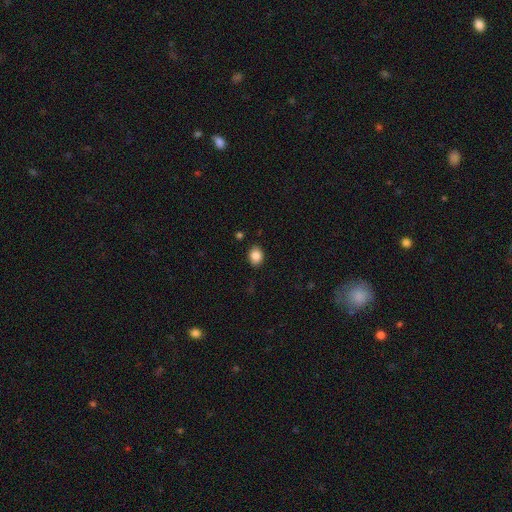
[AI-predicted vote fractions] The model was most divided on "how rounded": in between: 53%, round: 46%, cigar-shaped: 1%. More confident: merging — none (88%); smooth or featured — smooth (86%).